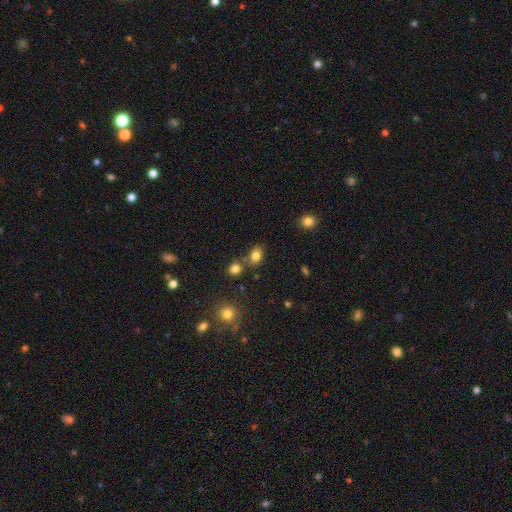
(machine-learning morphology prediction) A smooth galaxy with no disk features (81%) that is in between round and cigar-shaped (70%). Merging: none (68%).